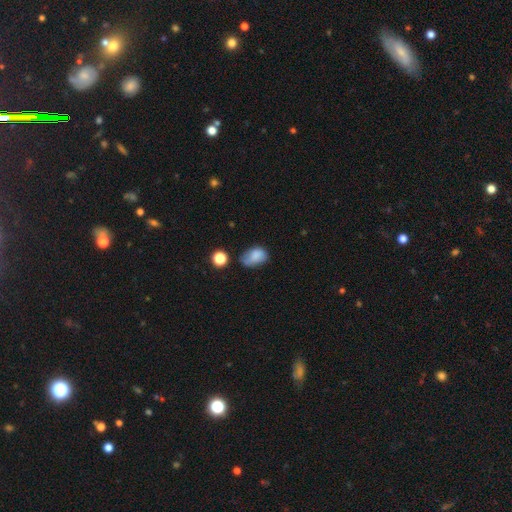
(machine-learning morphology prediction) This appears to be a smooth galaxy with no disk features (78%) that is in between round and cigar-shaped (81%). Merging: none (45%).